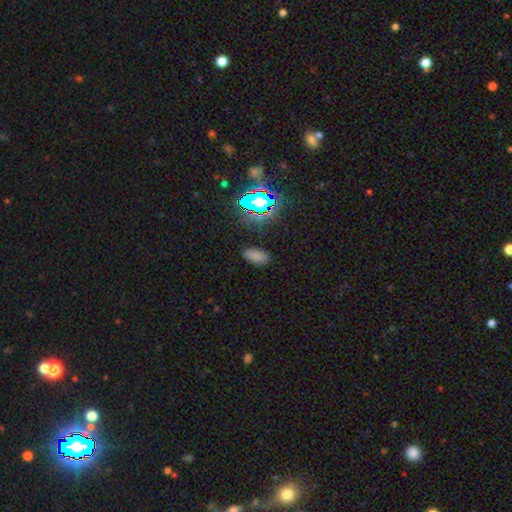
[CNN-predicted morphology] A smooth galaxy with no disk features (72%) that is in between round and cigar-shaped (92%).

Vote fractions:
- Smooth or featured? smooth: 72% / star or artifact: 22% / featured or disk: 7%
- How rounded? in between: 92% / cigar-shaped: 4% / round: 4%
- Merging? none: 83% / minor disturbance: 11% / major disturbance: 3% / merger: 2%